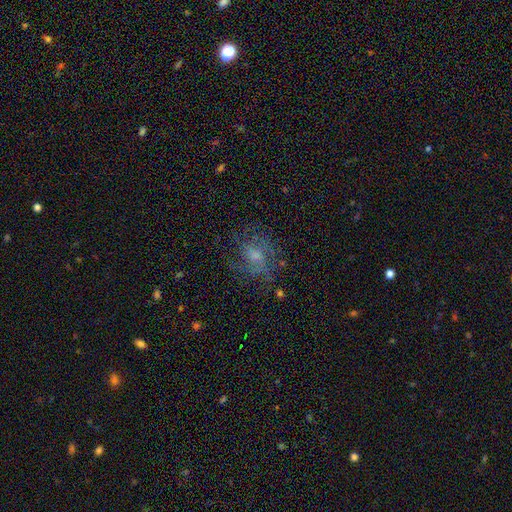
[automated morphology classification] This is likely a featured or disk galaxy (61%). It is clearly not viewed edge-on (97%). Bar: likely no (64%). Spiral arm pattern: likely yes (79%). Central bulge: marginally moderate (45%). Merging: likely none (64%).